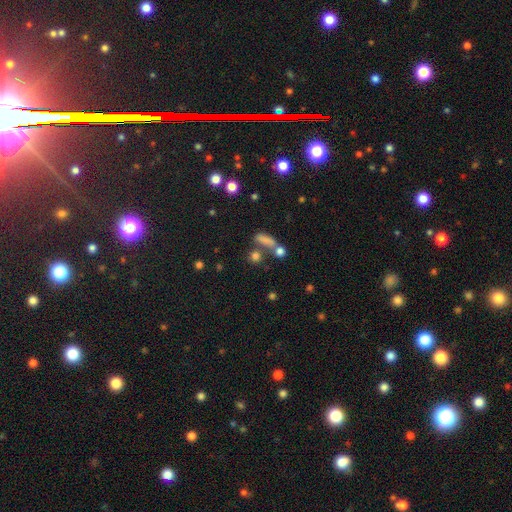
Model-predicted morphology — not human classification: smooth 73%, star or artifact 18%, featured or disk 9%. Down the decision tree: how rounded — round (65%); merging — none (59%).